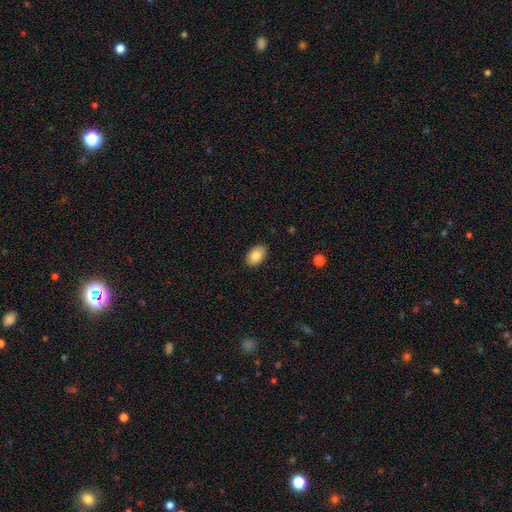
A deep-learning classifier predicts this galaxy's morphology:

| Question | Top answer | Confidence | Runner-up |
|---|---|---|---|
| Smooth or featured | smooth | 83% | featured or disk (10%) |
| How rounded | in between | 89% | round (10%) |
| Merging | none | 88% | minor disturbance (9%) |